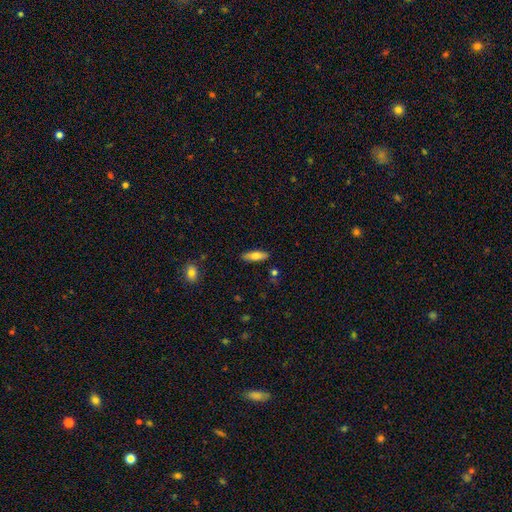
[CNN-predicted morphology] smooth_or_featured: smooth (p=0.72) [alt: featured or disk p=0.21]
how_rounded: in between (p=0.57) [alt: cigar-shaped p=0.41]
merging: none (p=0.87) [alt: minor disturbance p=0.10]